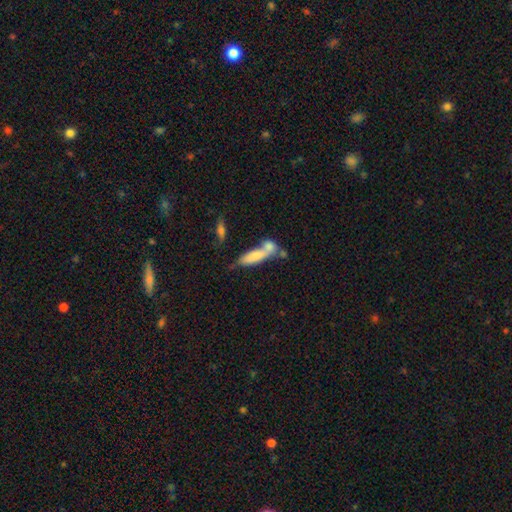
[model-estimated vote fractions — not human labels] smooth-or-featured: smooth: 73% | featured or disk: 20% | star or artifact: 7%
  how-rounded: in between: 52% | cigar-shaped: 45% | round: 3%
  merging: merger: 52% | none: 30% | minor disturbance: 12% | major disturbance: 6%